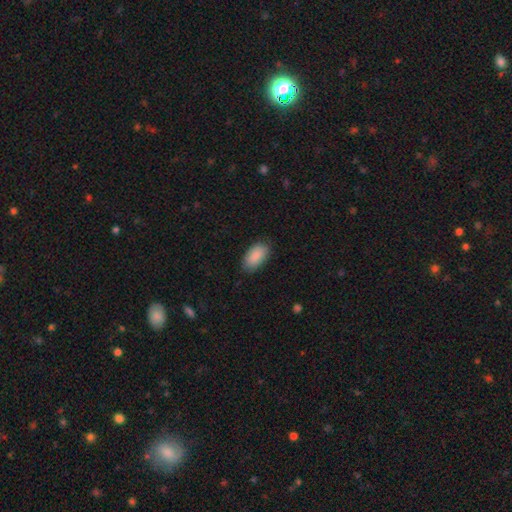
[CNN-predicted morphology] Smooth or featured? smooth (90%)
How rounded? in between (94%)
Merging? none (84%)